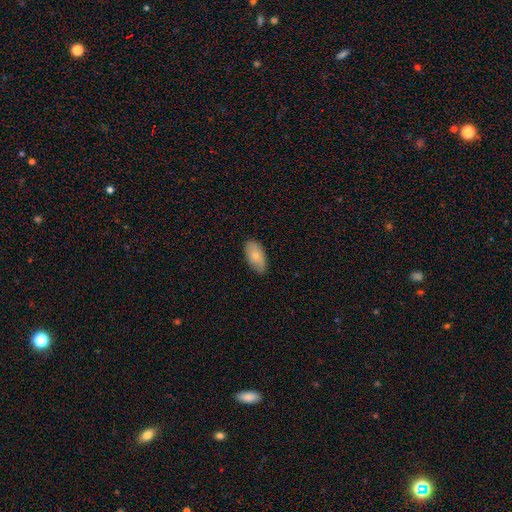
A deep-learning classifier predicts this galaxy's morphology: type=smooth (79%); roundness=in between (94%); merging=none (84%).